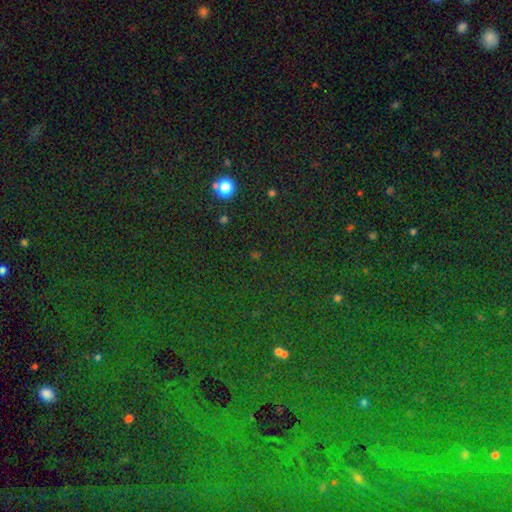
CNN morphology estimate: A star or artifact, not a galaxy (65%).

Vote fractions:
- Smooth or featured? star or artifact: 65% / smooth: 28% / featured or disk: 7%